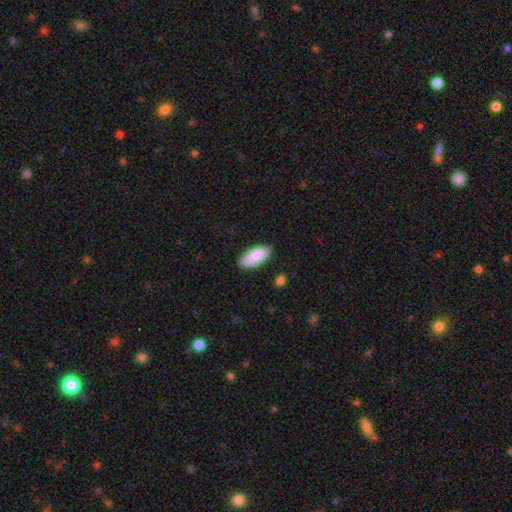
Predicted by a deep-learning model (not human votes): Smooth or featured?
  - smooth: 86% *
  - featured or disk: 8%
  - star or artifact: 6%
How rounded?
  - in between: 92% *
  - cigar-shaped: 6%
  - round: 2%
Merging?
  - none: 81% *
  - minor disturbance: 15%
  - major disturbance: 2%
  - merger: 1%